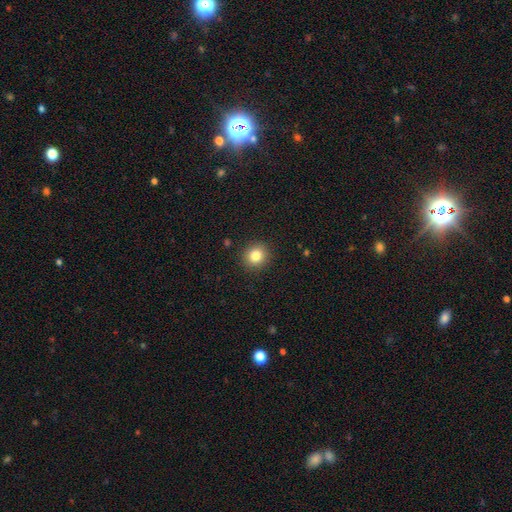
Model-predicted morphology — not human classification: Smooth or featured?
  - smooth: 82% *
  - star or artifact: 11%
  - featured or disk: 7%
How rounded?
  - round: 87% *
  - in between: 12%
  - cigar-shaped: 1%
Merging?
  - none: 91% *
  - minor disturbance: 6%
  - major disturbance: 2%
  - merger: 1%